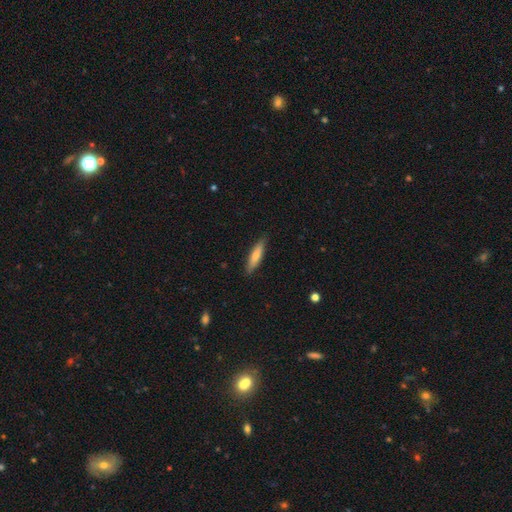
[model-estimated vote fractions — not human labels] A smooth galaxy with no disk features (74%) that is cigar-shaped (79%). Merging: none (87%).